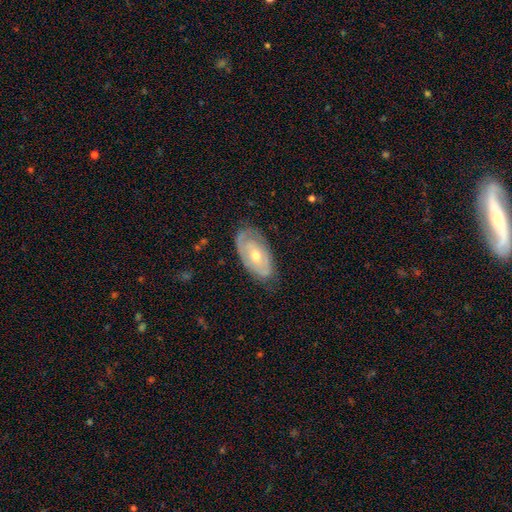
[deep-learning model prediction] Overall: featured or disk (67%; smooth 27%). Edge-on disk: no (91%). Bar: no (74%). Spiral arms: yes (67%; no 33%). Bulge size: moderate (63%; small 33%). Merging: none (69%).